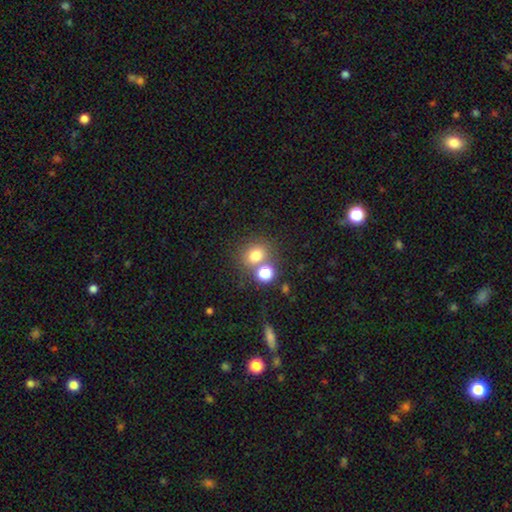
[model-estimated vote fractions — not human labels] smooth 75%, star or artifact 16%, featured or disk 9%. Down the decision tree: how rounded — round (73%); merging — none (61%).